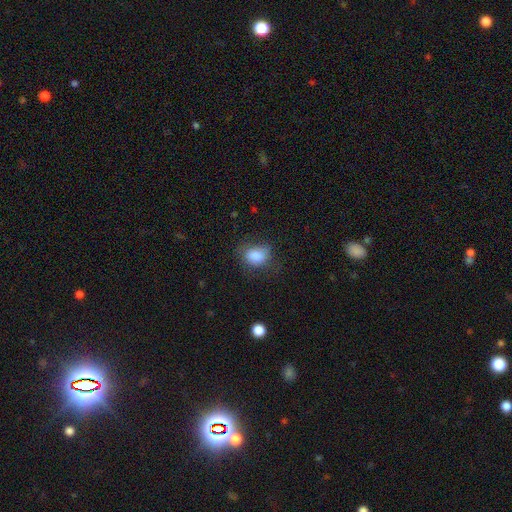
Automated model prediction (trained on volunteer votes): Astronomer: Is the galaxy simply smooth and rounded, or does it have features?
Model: smooth — 84%.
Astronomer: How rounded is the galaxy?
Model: in between — 68%.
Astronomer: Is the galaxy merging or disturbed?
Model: none — 60%.